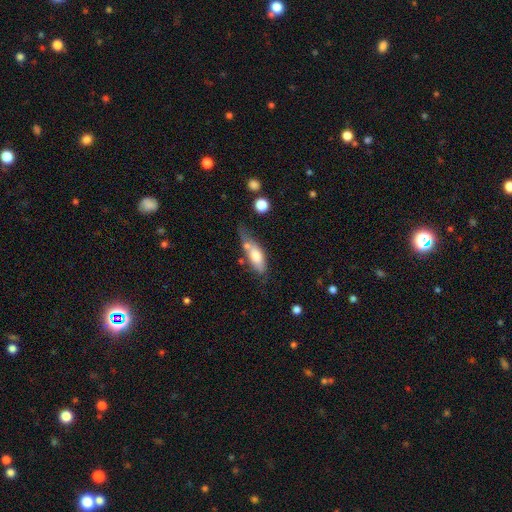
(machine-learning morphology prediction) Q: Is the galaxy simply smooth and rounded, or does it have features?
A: smooth — 66%.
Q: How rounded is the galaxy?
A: in between — 66%.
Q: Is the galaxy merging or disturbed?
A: none — 35%.